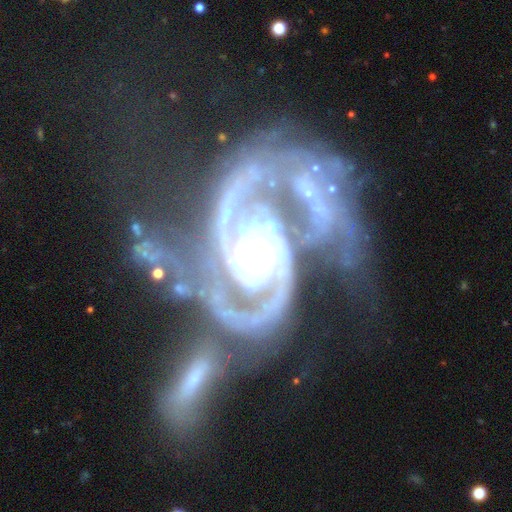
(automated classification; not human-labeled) Overall: featured or disk (92%). Edge-on disk: no (98%). Bar: no (52%; weak 29%). Spiral arms: yes (97%). Spiral arm count: 2 (73%). Spiral winding: medium (45%; tight 40%). Bulge size: moderate (59%; small 25%). Merging: merger (47%; major disturbance 28%).